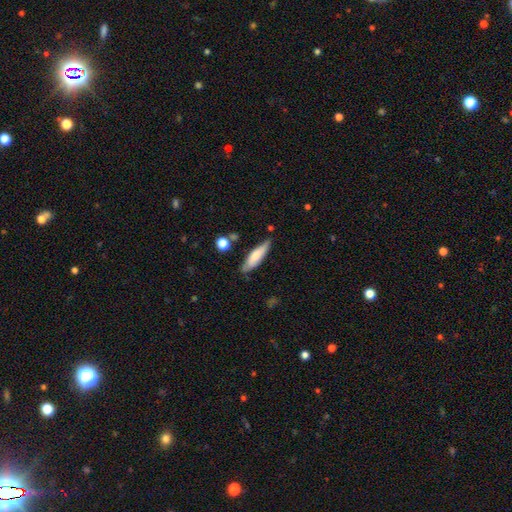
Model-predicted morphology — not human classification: Overall: smooth (70%). How rounded: cigar-shaped (60%; in between 39%). Merging: none (70%).